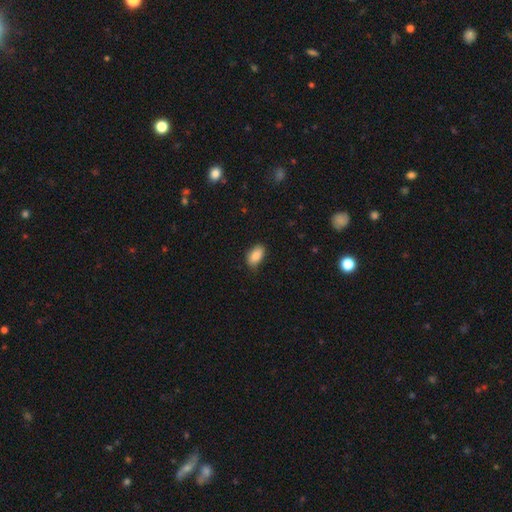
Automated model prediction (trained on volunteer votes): smooth_or_featured: smooth (p=0.87) [alt: star or artifact p=0.08]
how_rounded: in between (p=0.92) [alt: round p=0.06]
merging: none (p=0.77) [alt: minor disturbance p=0.19]